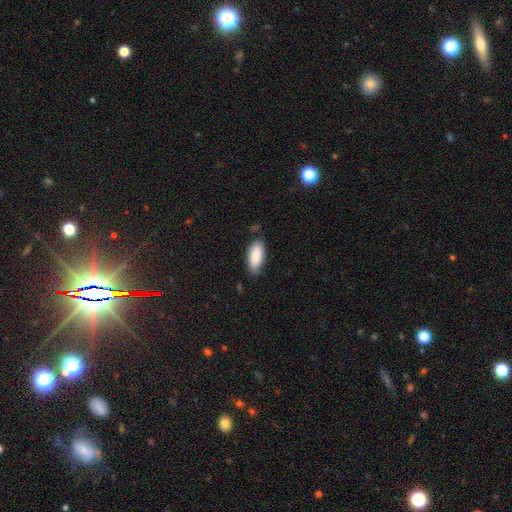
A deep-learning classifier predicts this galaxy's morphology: smooth-or-featured: smooth: 89% | star or artifact: 6% | featured or disk: 6%
  how-rounded: in between: 84% | cigar-shaped: 14% | round: 2%
  merging: none: 77% | minor disturbance: 18% | major disturbance: 3% | merger: 2%